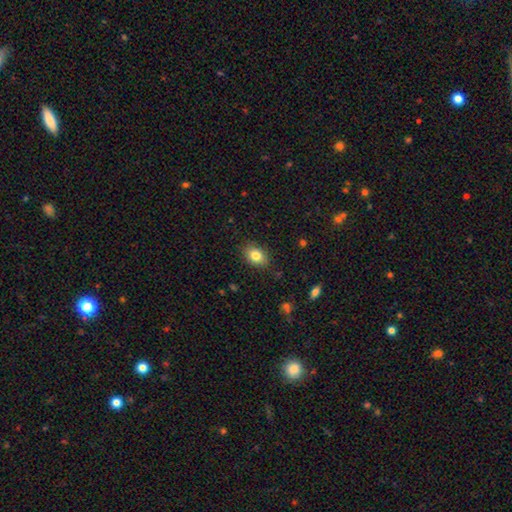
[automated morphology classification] Smooth or featured? Predicted: smooth (p=0.82). How rounded? Predicted: in between (p=0.76). Merging? Predicted: none (p=0.85).